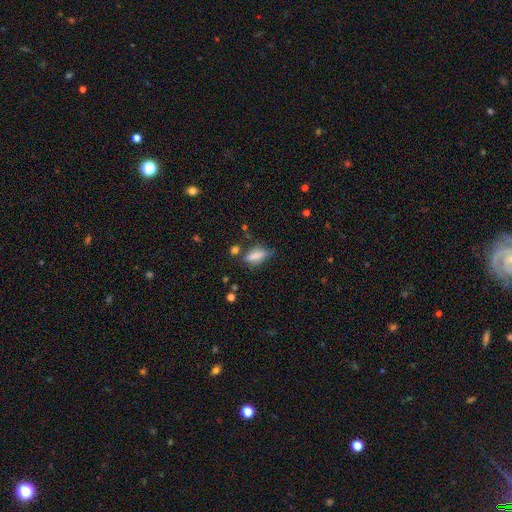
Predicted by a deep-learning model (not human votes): Smooth or featured? smooth (71%)
How rounded? in between (63%)
Merging? none (56%)